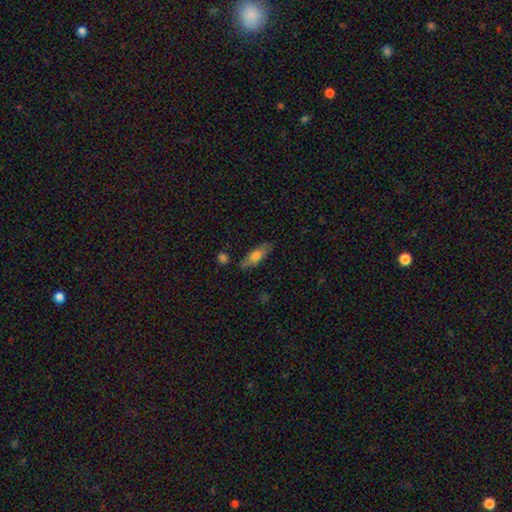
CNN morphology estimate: type=smooth (68%); roundness=in between (55%); merging=none (78%).